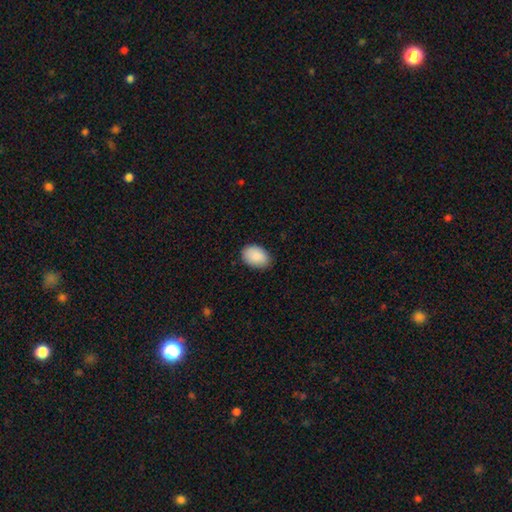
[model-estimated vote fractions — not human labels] smooth_or_featured: smooth (p=0.90) [alt: star or artifact p=0.06]
how_rounded: in between (p=0.86) [alt: round p=0.12]
merging: none (p=0.85) [alt: minor disturbance p=0.12]